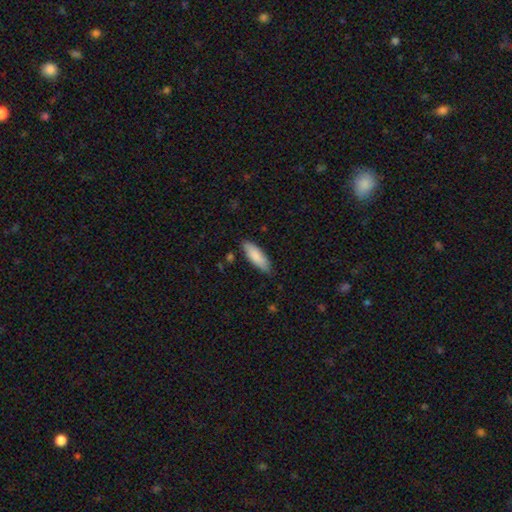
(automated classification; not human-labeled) Q: Smooth or featured?
A: smooth (86%); runner-up: featured or disk (8%)
Q: How rounded?
A: in between (60%); runner-up: cigar-shaped (38%)
Q: Merging?
A: none (81%); runner-up: minor disturbance (15%)